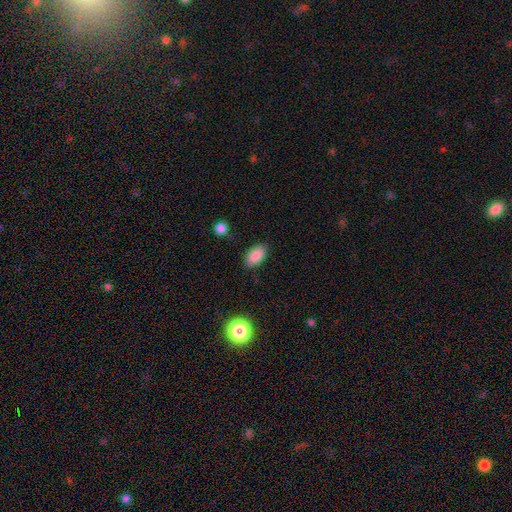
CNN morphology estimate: type=smooth (87%); roundness=in between (92%); merging=none (84%).